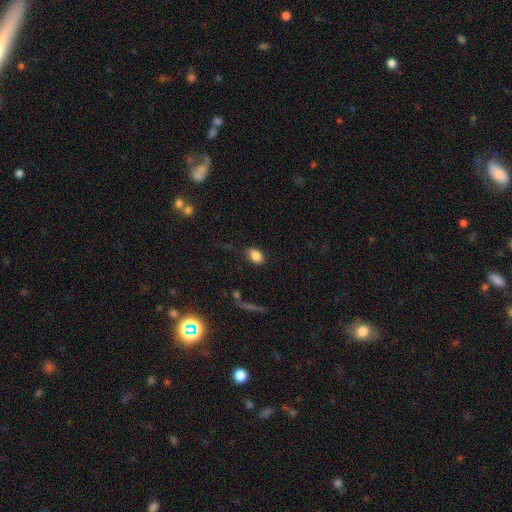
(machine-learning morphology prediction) A smooth galaxy with no disk features (85%) that is in between round and cigar-shaped (87%).

Vote fractions:
- Smooth or featured? smooth: 85% / star or artifact: 9% / featured or disk: 7%
- How rounded? in between: 87% / round: 11% / cigar-shaped: 2%
- Merging? none: 80% / minor disturbance: 14% / major disturbance: 4% / merger: 2%